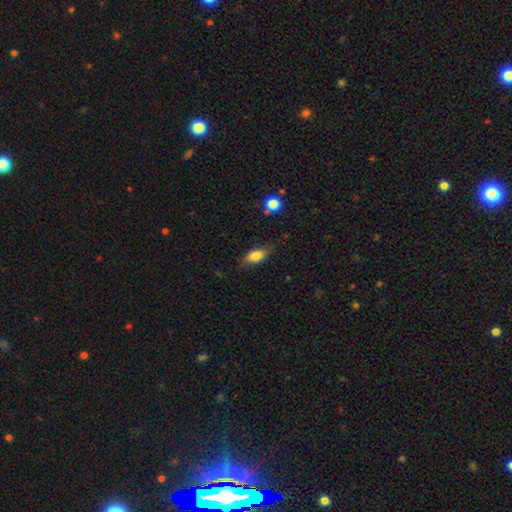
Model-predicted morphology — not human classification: This appears to be a smooth galaxy with no disk features (77%) that is in between round and cigar-shaped (83%). Merging: none (74%).